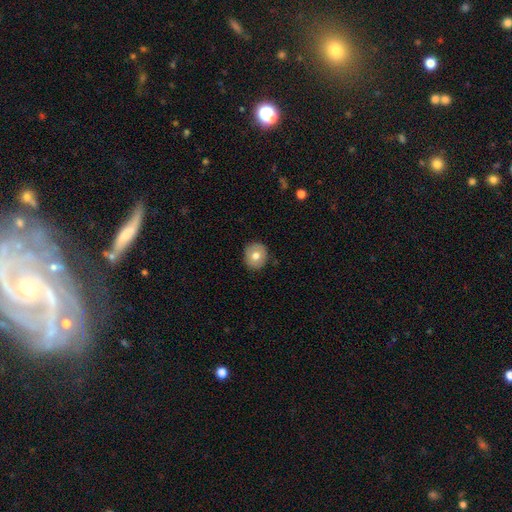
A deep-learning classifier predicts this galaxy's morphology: Smooth or featured? smooth (72%)
How rounded? round (83%)
Merging? none (87%)